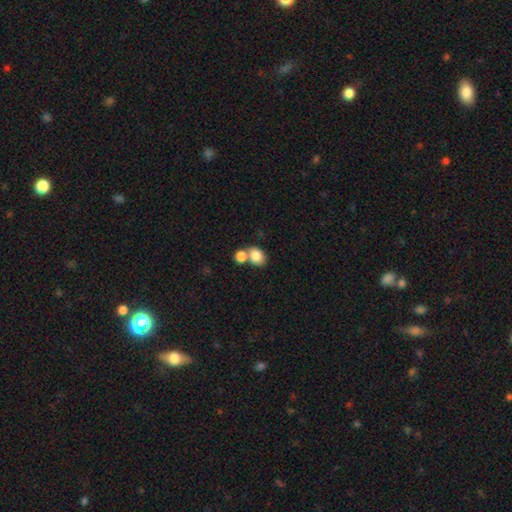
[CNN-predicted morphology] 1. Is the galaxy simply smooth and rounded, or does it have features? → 83% smooth, 9% star or artifact, 8% featured or disk.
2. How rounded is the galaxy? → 56% in between, 43% round, 1% cigar-shaped.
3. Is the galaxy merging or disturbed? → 45% none, 42% merger, 9% minor disturbance, 3% major disturbance.